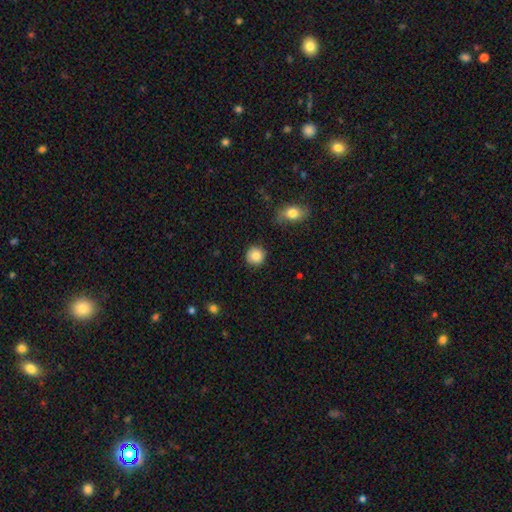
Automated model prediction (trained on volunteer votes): Overall: smooth (86%). How rounded: round (92%). Merging: none (87%).